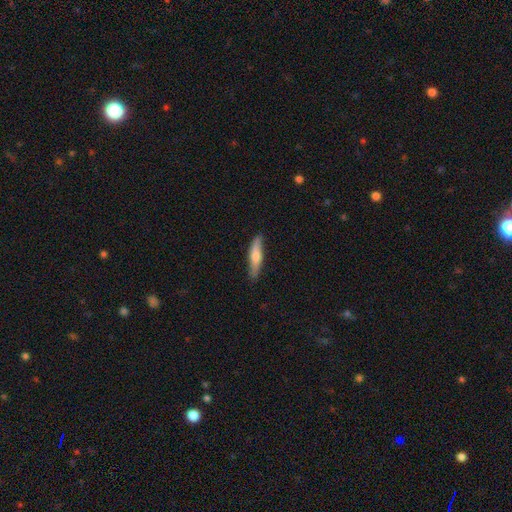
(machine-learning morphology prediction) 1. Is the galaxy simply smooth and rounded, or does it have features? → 62% smooth, 32% featured or disk, 6% star or artifact.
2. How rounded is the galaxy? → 83% cigar-shaped, 15% in between, 2% round.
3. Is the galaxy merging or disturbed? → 83% none, 14% minor disturbance, 2% major disturbance, 1% merger.